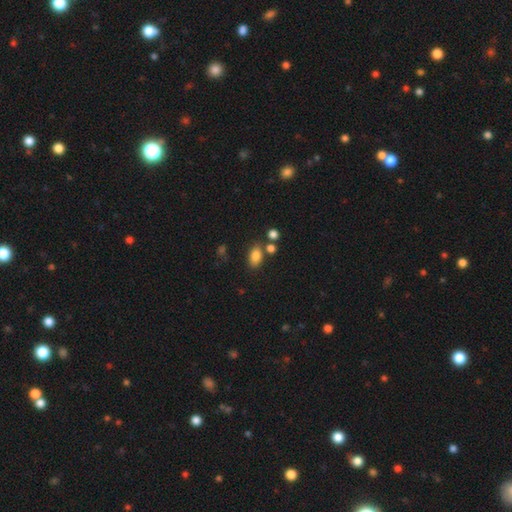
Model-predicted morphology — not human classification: Smooth or featured: smooth — 82% (star or artifact — 11%)
How rounded: in between — 87% (round — 11%)
Merging: none — 69% (merger — 14%)